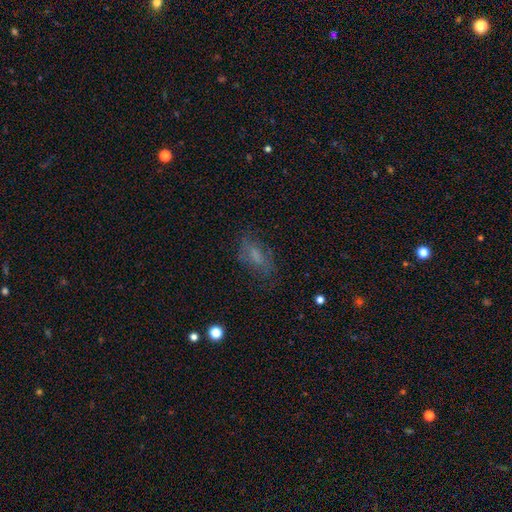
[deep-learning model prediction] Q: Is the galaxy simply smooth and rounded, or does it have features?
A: smooth — 55%.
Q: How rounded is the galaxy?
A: in between — 77%.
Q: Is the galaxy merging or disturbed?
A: none — 64%.